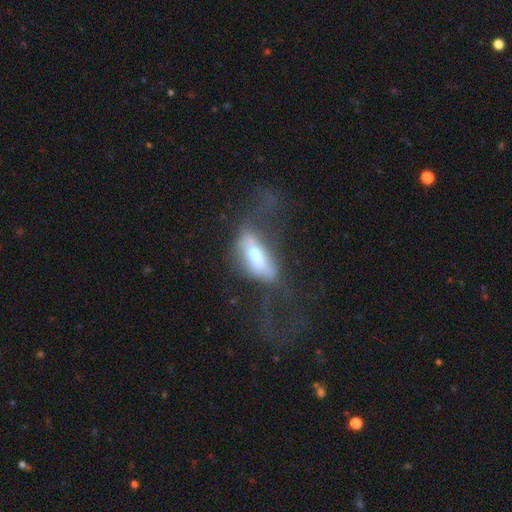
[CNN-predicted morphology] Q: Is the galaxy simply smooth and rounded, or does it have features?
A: smooth — 54%.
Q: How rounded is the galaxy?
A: in between — 78%.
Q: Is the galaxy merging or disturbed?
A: major disturbance — 48%.